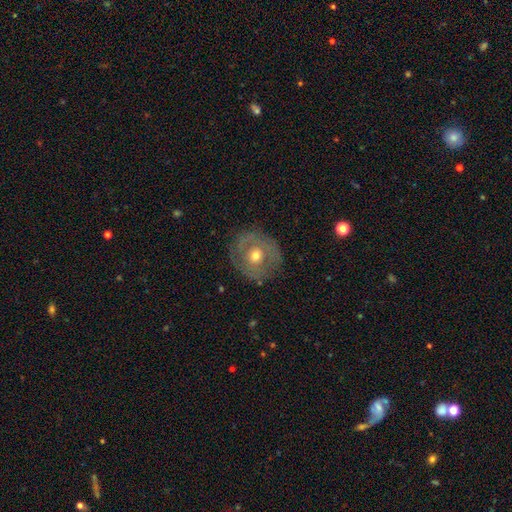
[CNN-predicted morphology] Smooth or featured? Predicted: featured or disk (p=0.56). Edge-on disk? Predicted: no (p=0.95). Bar? Predicted: no (p=0.85). Spiral arms? Predicted: no (p=0.66). Bulge size? Predicted: moderate (p=0.72). Merging? Predicted: none (p=0.78).